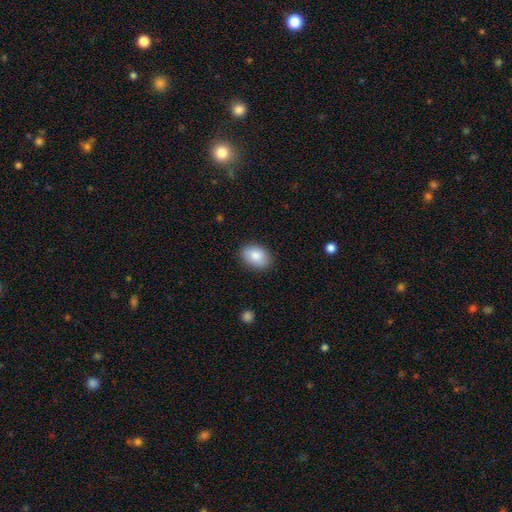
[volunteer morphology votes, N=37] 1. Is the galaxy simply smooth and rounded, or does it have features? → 86% smooth, 11% featured or disk, 3% star or artifact.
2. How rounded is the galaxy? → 84% in between, 16% round, 0% cigar-shaped.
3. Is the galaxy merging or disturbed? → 92% none, 6% minor disturbance, 3% major disturbance, 0% merger.